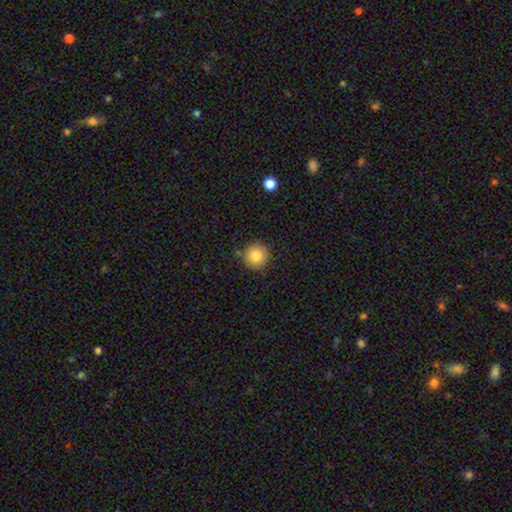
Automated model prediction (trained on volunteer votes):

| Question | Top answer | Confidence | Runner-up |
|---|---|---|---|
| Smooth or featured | smooth | 85% | star or artifact (9%) |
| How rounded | round | 95% | in between (4%) |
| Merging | none | 87% | minor disturbance (9%) |